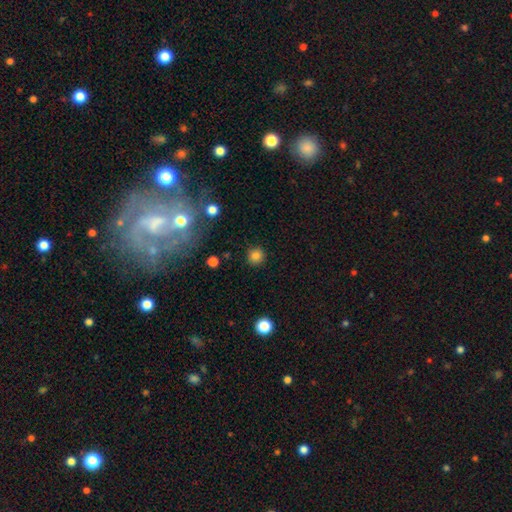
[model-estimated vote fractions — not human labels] Overall: smooth (82%). How rounded: round (93%). Merging: none (89%).